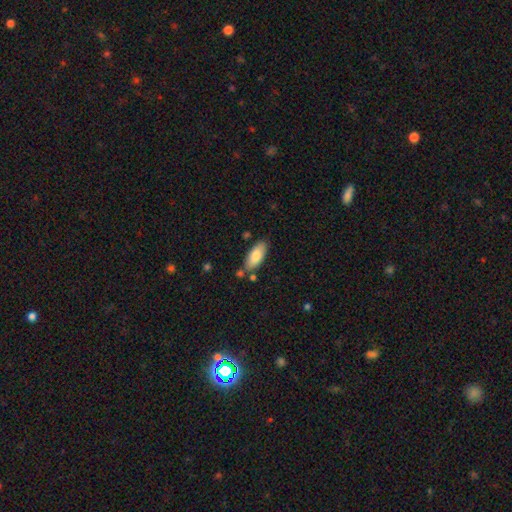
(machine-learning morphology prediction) smooth_or_featured: smooth (p=0.81) [alt: featured or disk p=0.13]
how_rounded: in between (p=0.83) [alt: cigar-shaped p=0.15]
merging: none (p=0.73) [alt: minor disturbance p=0.16]